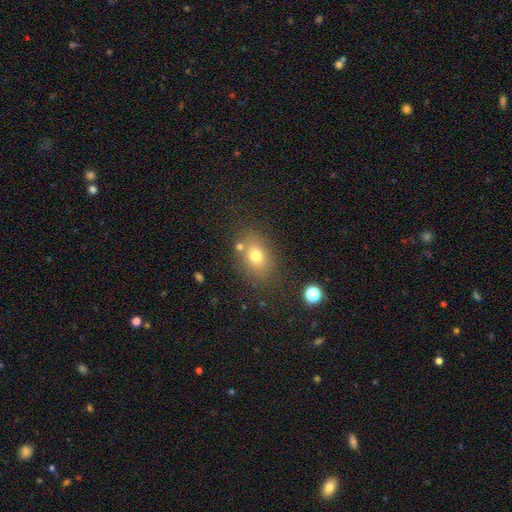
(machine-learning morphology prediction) Smooth or featured: smooth — 73% (star or artifact — 14%)
How rounded: in between — 65% (round — 34%)
Merging: none — 75% (minor disturbance — 13%)